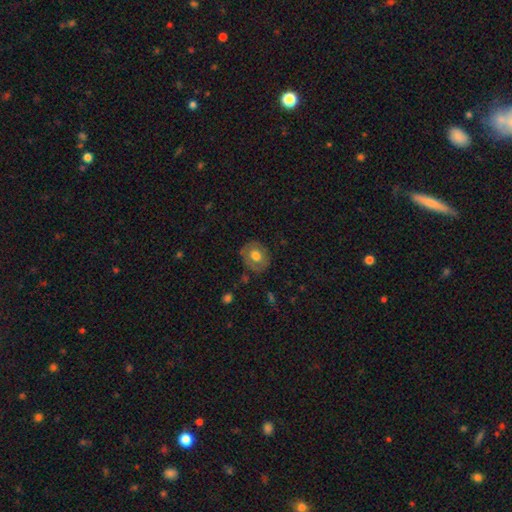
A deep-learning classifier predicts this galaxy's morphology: Overall: smooth (63%; featured or disk 30%). How rounded: round (63%; in between 36%). Merging: none (79%).